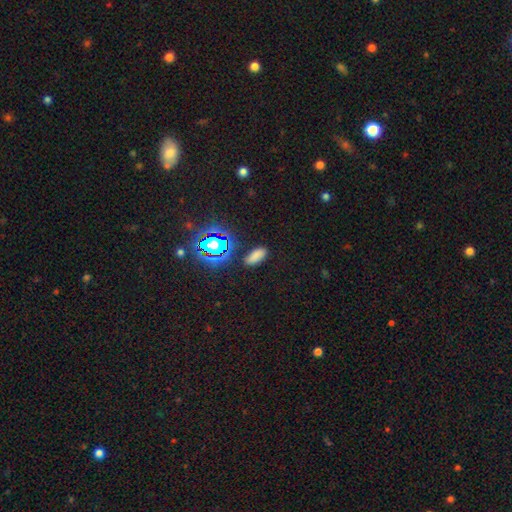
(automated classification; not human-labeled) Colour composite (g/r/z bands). It shows a smooth galaxy with no disk features (73%) that is in between round and cigar-shaped (85%). Merging: none (86%).